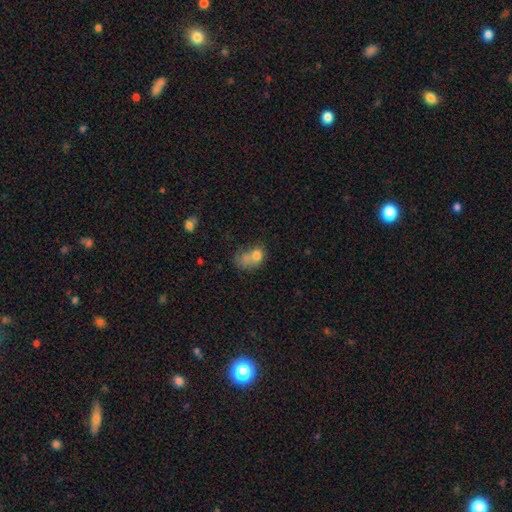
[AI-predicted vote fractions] Q: Smooth or featured?
A: smooth (71%); runner-up: featured or disk (18%)
Q: How rounded?
A: in between (64%); runner-up: round (35%)
Q: Merging?
A: merger (46%); runner-up: none (21%)